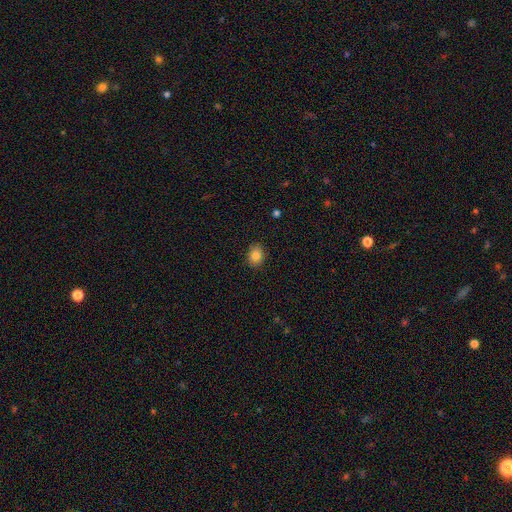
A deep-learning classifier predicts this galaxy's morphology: This is clearly a smooth galaxy (83%). How rounded: possibly round (53%). Merging: clearly none (87%).